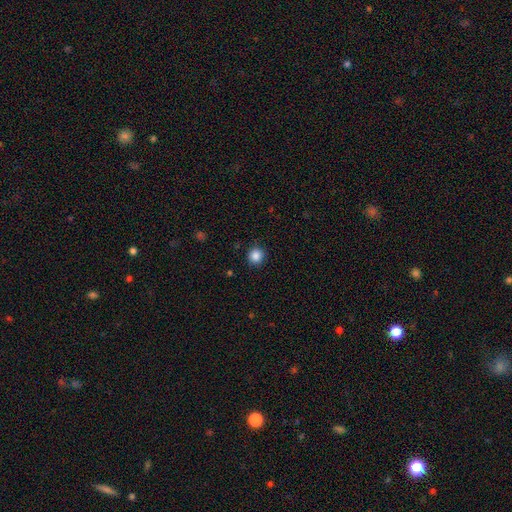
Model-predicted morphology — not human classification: Q: Smooth or featured?
A: smooth (86%); runner-up: star or artifact (10%)
Q: How rounded?
A: round (94%); runner-up: in between (5%)
Q: Merging?
A: none (91%); runner-up: minor disturbance (6%)